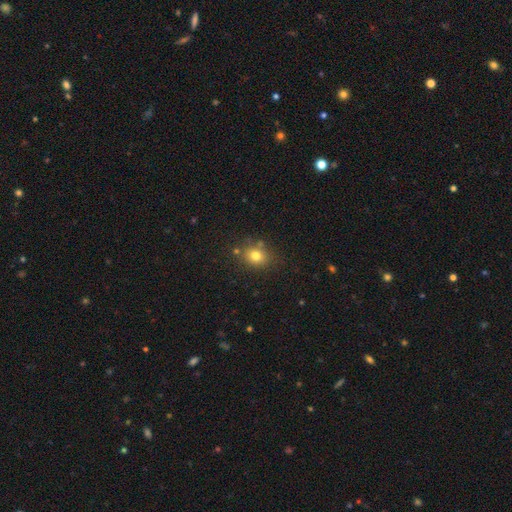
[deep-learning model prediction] Smooth or featured: smooth — 77% (star or artifact — 13%)
How rounded: round — 52% (in between — 47%)
Merging: none — 75% (minor disturbance — 13%)